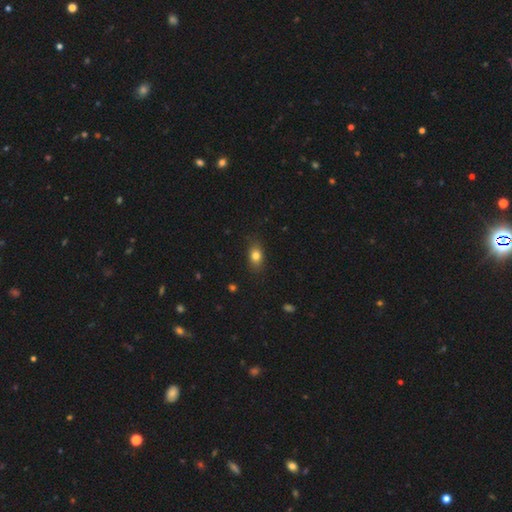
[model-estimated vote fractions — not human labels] Smooth or featured? Predicted: smooth (p=0.80). How rounded? Predicted: in between (p=0.77). Merging? Predicted: none (p=0.83).